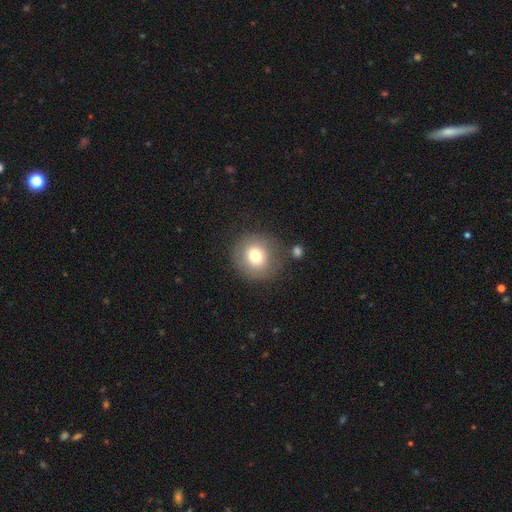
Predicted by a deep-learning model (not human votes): The model was most divided on "smooth or featured": smooth: 75%, featured or disk: 14%, star or artifact: 11%. More confident: how rounded — round (91%); merging — none (80%).